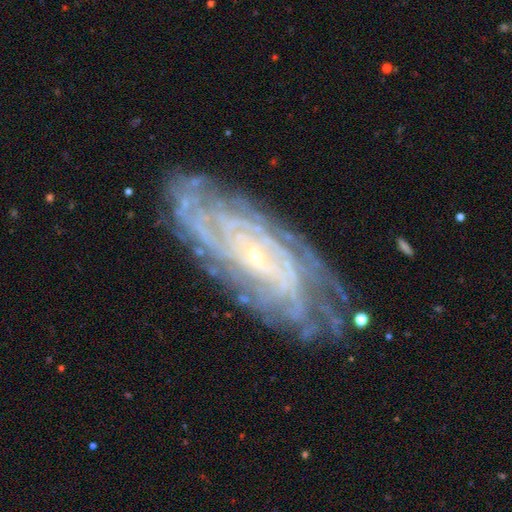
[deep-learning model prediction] Smooth or featured? featured or disk (88%)
Edge-on disk? no (91%)
Bar? no (61%)
Spiral arms? yes (97%)
Spiral winding? tight (79%)
Spiral arm count? can't tell (33%)
Bulge size? small (84%)
Merging? none (78%)